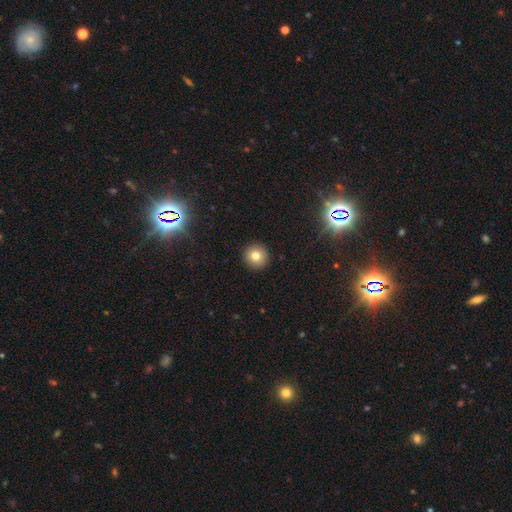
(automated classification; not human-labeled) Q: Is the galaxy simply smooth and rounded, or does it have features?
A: smooth — 79%.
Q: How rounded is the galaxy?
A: round — 95%.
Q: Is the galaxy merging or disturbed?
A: none — 93%.